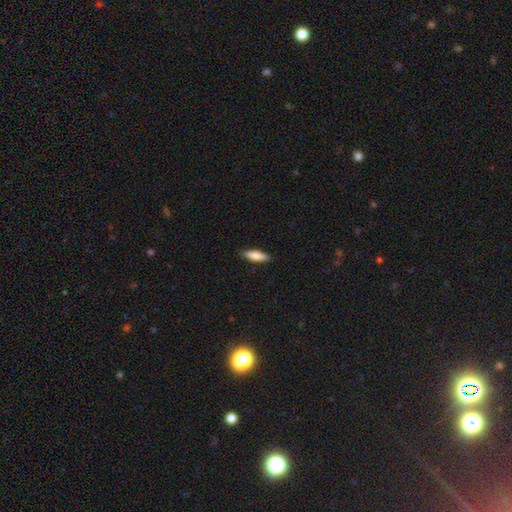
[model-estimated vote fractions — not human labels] Smooth or featured? Predicted: smooth (p=0.79). How rounded? Predicted: cigar-shaped (p=0.56). Merging? Predicted: none (p=0.88).